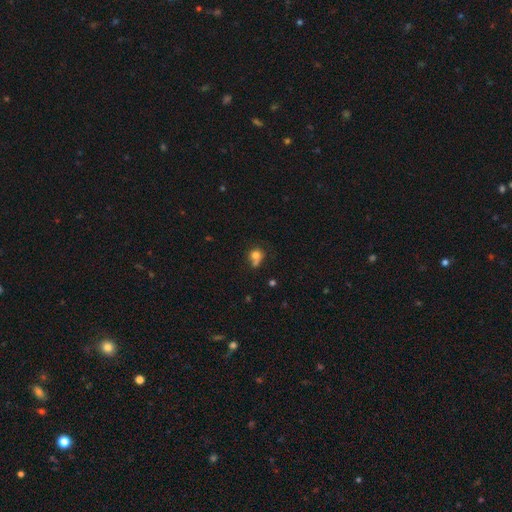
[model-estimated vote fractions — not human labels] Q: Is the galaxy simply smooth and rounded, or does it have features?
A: smooth — 76%.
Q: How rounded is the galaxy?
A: round — 70%.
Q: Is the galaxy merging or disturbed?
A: none — 39%.